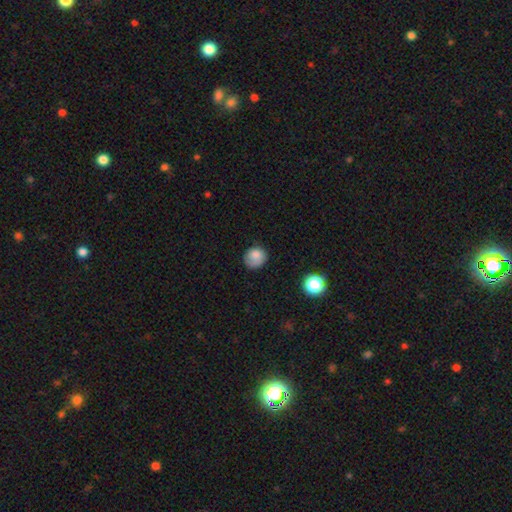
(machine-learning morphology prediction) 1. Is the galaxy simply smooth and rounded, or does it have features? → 80% smooth, 10% featured or disk, 10% star or artifact.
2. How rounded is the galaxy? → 77% round, 22% in between, 1% cigar-shaped.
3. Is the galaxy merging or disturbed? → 64% none, 24% minor disturbance, 9% major disturbance, 2% merger.